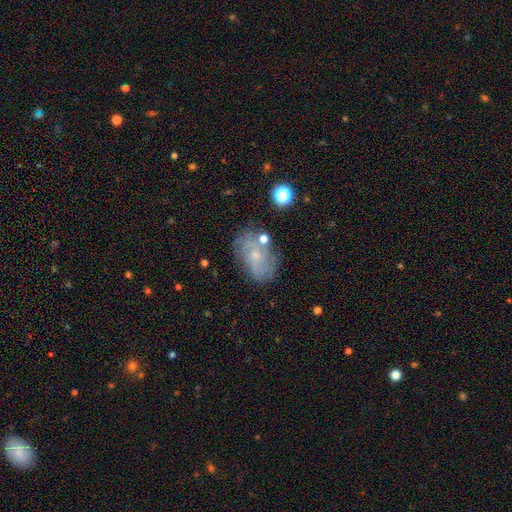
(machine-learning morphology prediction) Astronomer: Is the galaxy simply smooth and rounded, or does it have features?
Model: featured or disk — 63%.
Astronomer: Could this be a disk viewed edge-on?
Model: no — 96%.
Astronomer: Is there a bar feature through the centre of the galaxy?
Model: no — 73%.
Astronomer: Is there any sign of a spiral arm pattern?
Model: yes — 80%.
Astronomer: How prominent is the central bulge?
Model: small — 71%.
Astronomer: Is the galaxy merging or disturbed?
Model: none — 65%.